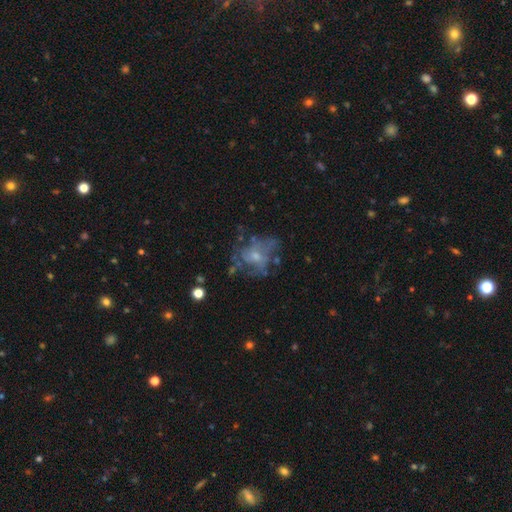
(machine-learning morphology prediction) Smooth or featured: featured or disk — 62% (smooth — 27%)
Edge-on disk: no — 97% (yes — 3%)
Bar: no — 78% (weak — 19%)
Spiral arms: no — 55% (yes — 45%)
Bulge size: small — 49% (moderate — 40%)
Merging: none — 44% (major disturbance — 29%)